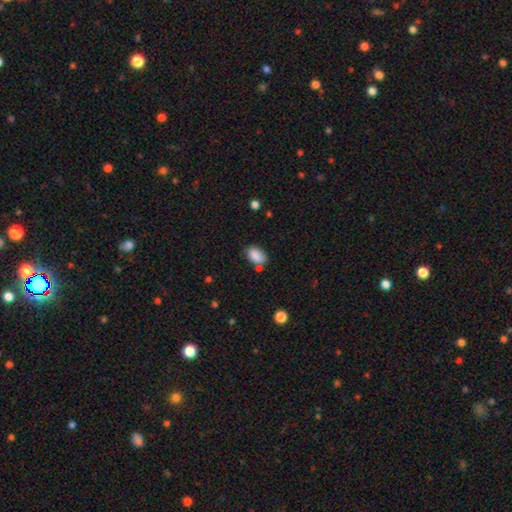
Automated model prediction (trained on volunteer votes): A smooth galaxy with no disk features (86%) that is in between round and cigar-shaped (89%).

Vote fractions:
- Smooth or featured? smooth: 86% / star or artifact: 8% / featured or disk: 6%
- How rounded? in between: 89% / round: 9% / cigar-shaped: 1%
- Merging? none: 65% / minor disturbance: 20% / merger: 10% / major disturbance: 5%